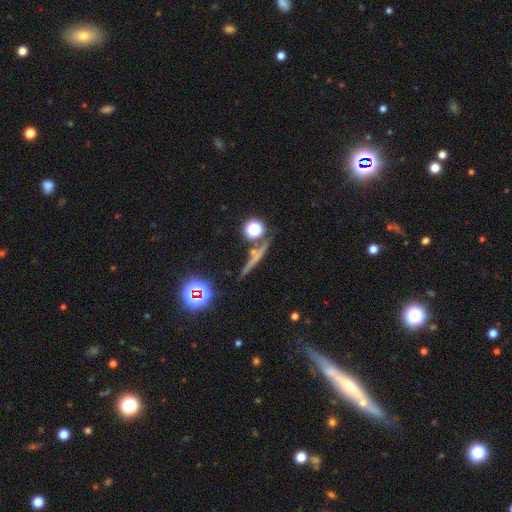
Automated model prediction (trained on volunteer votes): Smooth or featured: smooth — 44% (featured or disk — 36%)
Merging: none — 75% (minor disturbance — 11%)